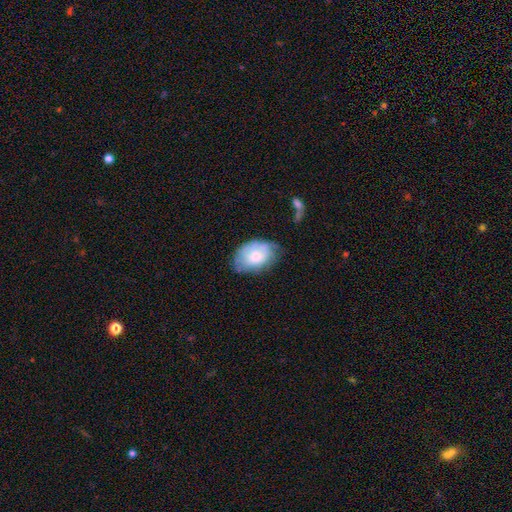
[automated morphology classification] Smooth or featured?
  - smooth: 62% *
  - featured or disk: 31%
  - star or artifact: 7%
How rounded?
  - in between: 83% *
  - round: 16%
  - cigar-shaped: 1%
Merging?
  - none: 53% *
  - minor disturbance: 32%
  - major disturbance: 12%
  - merger: 3%